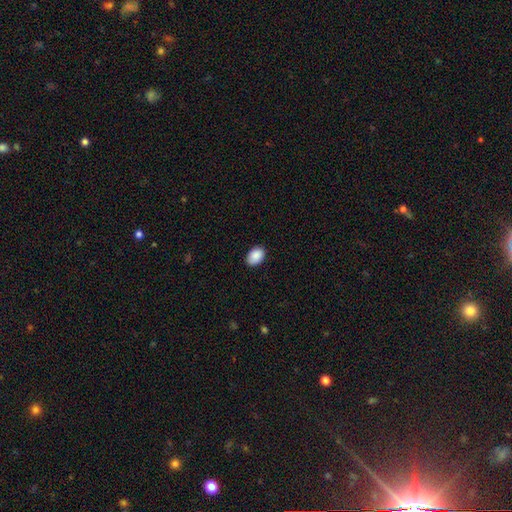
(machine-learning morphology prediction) smooth 90%, star or artifact 7%, featured or disk 3%. Down the decision tree: how rounded — in between (85%); merging — none (89%).